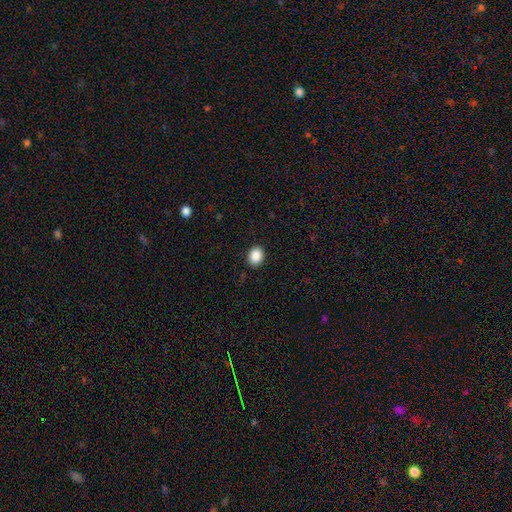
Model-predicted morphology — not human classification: smooth-or-featured: smooth: 89% | star or artifact: 8% | featured or disk: 3%
  how-rounded: in between: 56% | round: 43% | cigar-shaped: 1%
  merging: none: 90% | minor disturbance: 7% | major disturbance: 2% | merger: 1%